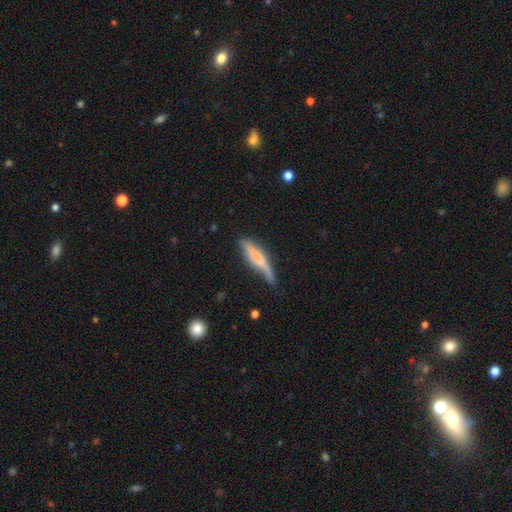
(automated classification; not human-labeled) Q: Smooth or featured?
A: smooth (58%); runner-up: featured or disk (35%)
Q: How rounded?
A: cigar-shaped (80%); runner-up: in between (18%)
Q: Merging?
A: none (52%); runner-up: minor disturbance (36%)